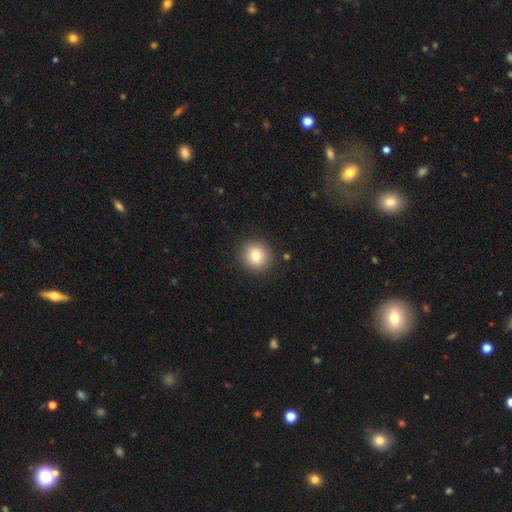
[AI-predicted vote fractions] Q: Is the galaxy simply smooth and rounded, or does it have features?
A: smooth — 82%.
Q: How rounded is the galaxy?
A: round — 91%.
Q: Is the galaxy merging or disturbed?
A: none — 90%.